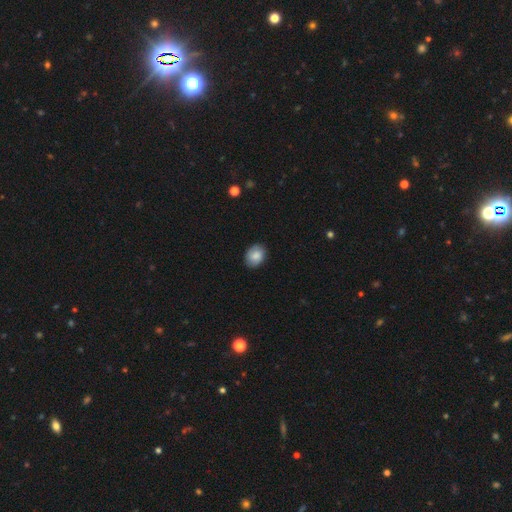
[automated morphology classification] smooth-or-featured: smooth: 84% | featured or disk: 9% | star or artifact: 7%
  how-rounded: in between: 59% | round: 40% | cigar-shaped: 1%
  merging: none: 86% | minor disturbance: 11% | major disturbance: 2% | merger: 1%